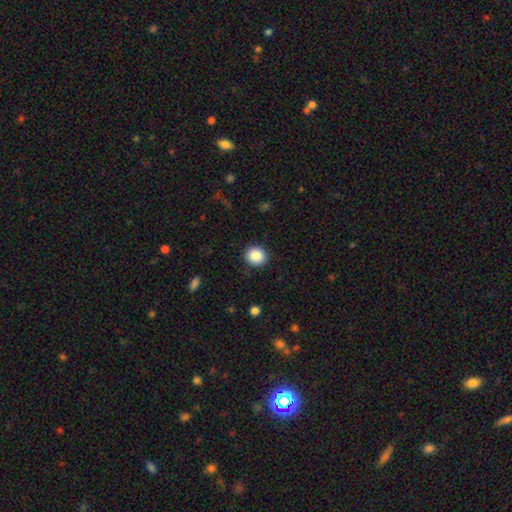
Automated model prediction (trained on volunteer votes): smooth 88%, star or artifact 9%, featured or disk 4%. Down the decision tree: how rounded — round (81%); merging — none (90%).